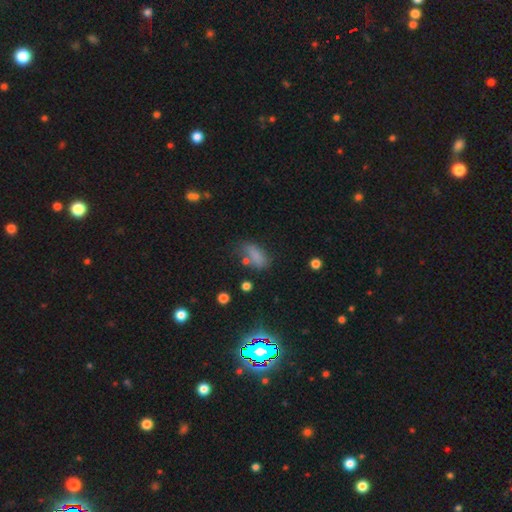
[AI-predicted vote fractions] A smooth galaxy with no disk features (72%) that is in between round and cigar-shaped (82%). Merging: none (49%).